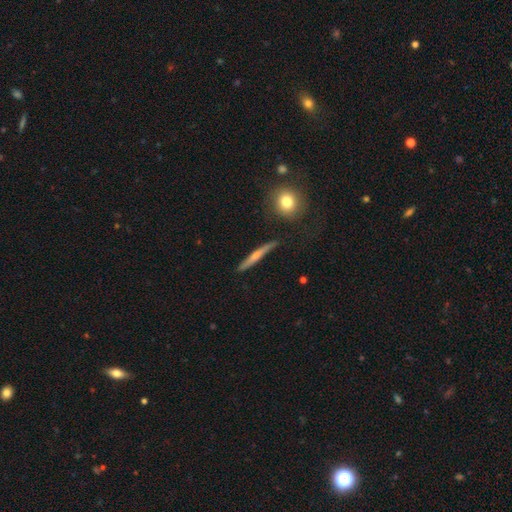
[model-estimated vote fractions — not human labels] smooth_or_featured: featured or disk (p=0.53) [alt: smooth p=0.40]
disk_edge_on: yes (p=0.95) [alt: no p=0.05]
edge_on_bulge: rounded (p=0.60) [alt: none p=0.33]
merging: none (p=0.85) [alt: minor disturbance p=0.11]